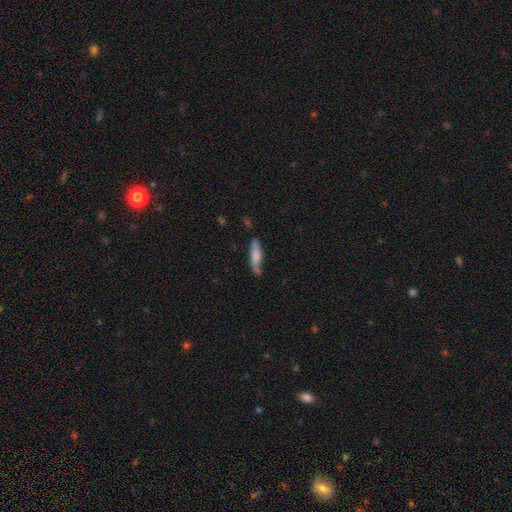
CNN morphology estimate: Smooth or featured: smooth — 65% (featured or disk — 28%)
How rounded: cigar-shaped — 65% (in between — 33%)
Merging: none — 64% (minor disturbance — 25%)